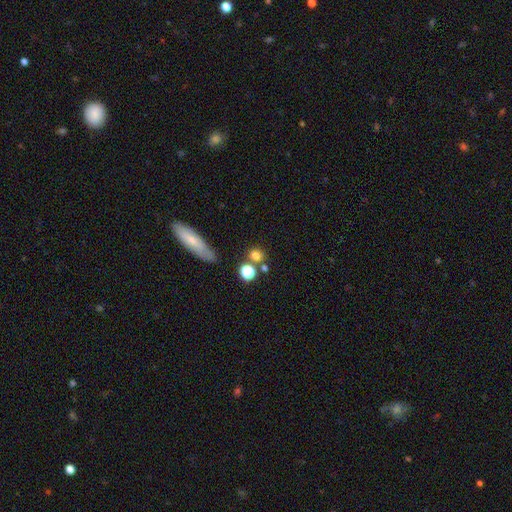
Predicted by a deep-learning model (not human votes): smooth-or-featured: smooth: 75% | star or artifact: 16% | featured or disk: 9%
  how-rounded: round: 83% | in between: 14% | cigar-shaped: 3%
  merging: none: 69% | merger: 18% | minor disturbance: 9% | major disturbance: 4%